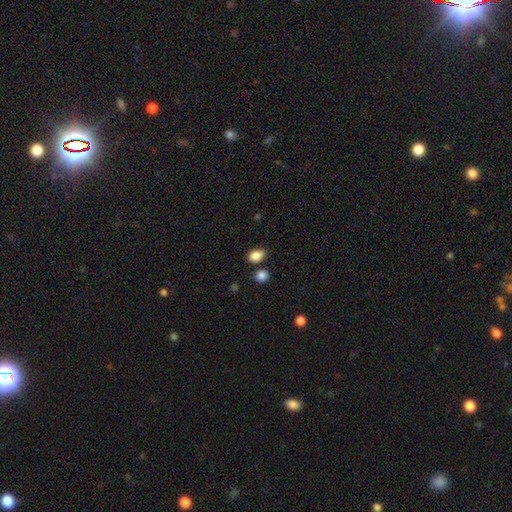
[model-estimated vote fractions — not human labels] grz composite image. It shows a smooth galaxy with no disk features (86%) that is in between round and cigar-shaped (75%). Merging: none (77%).